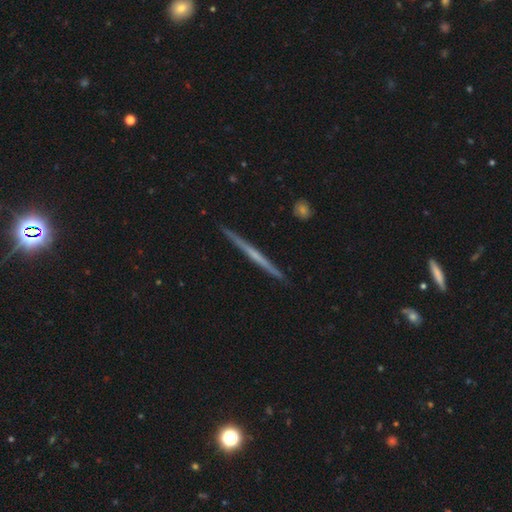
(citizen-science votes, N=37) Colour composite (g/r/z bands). It shows a featured or disk galaxy (70%) viewed edge-on (96%) with no central bulge (96%). Merging: none (86%).